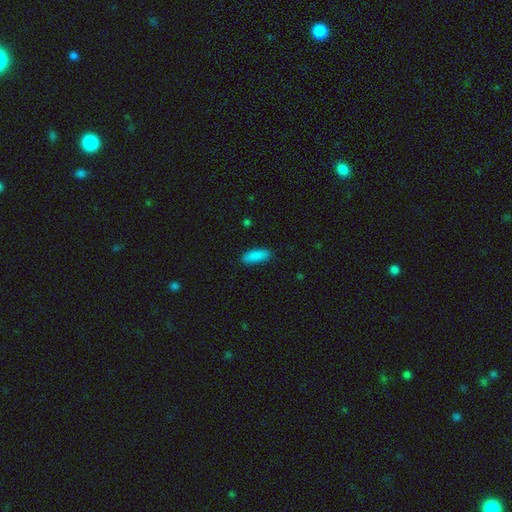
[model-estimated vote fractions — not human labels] smooth-or-featured: smooth: 88% | star or artifact: 7% | featured or disk: 5%
  how-rounded: in between: 71% | cigar-shaped: 27% | round: 2%
  merging: none: 86% | minor disturbance: 11% | major disturbance: 2% | merger: 1%